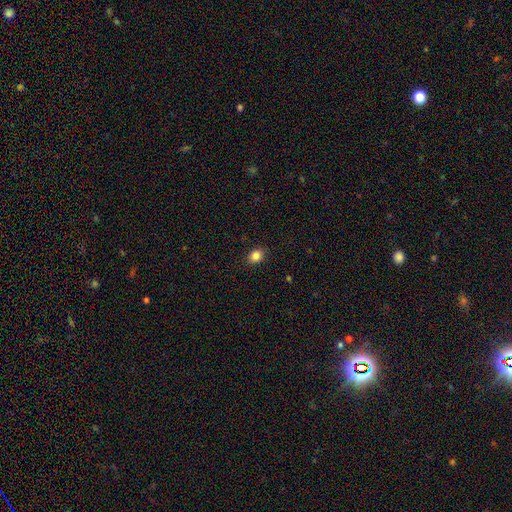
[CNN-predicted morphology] smooth-or-featured: smooth: 84% | star or artifact: 11% | featured or disk: 5%
  how-rounded: in between: 52% | round: 47% | cigar-shaped: 1%
  merging: none: 90% | minor disturbance: 8% | major disturbance: 2% | merger: 1%